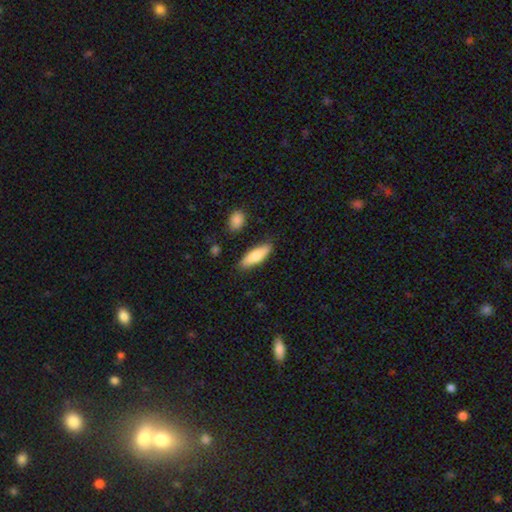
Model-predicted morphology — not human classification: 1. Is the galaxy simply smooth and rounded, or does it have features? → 76% smooth, 18% featured or disk, 6% star or artifact.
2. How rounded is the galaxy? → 53% in between, 45% cigar-shaped, 2% round.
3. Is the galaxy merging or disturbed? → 83% none, 12% minor disturbance, 3% merger, 3% major disturbance.